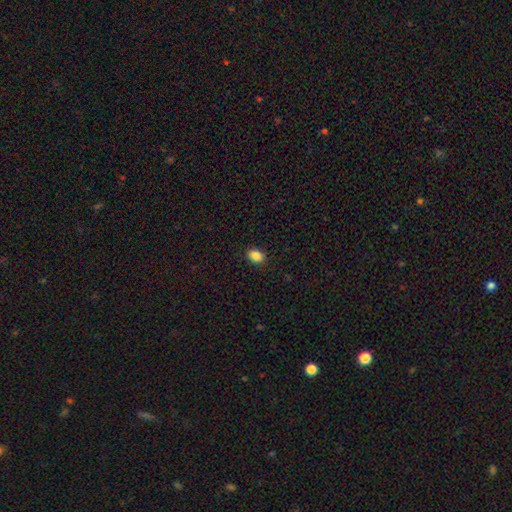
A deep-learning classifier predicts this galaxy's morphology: type=smooth (88%); roundness=in between (77%); merging=none (89%).